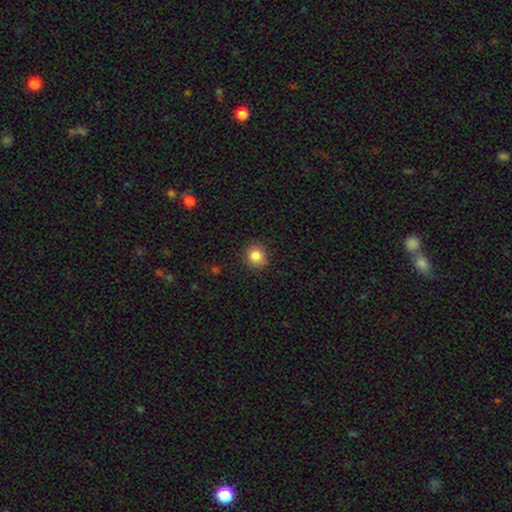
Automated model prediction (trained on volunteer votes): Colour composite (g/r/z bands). It shows a smooth galaxy with no disk features (85%) that is round (88%). Merging: none (84%).